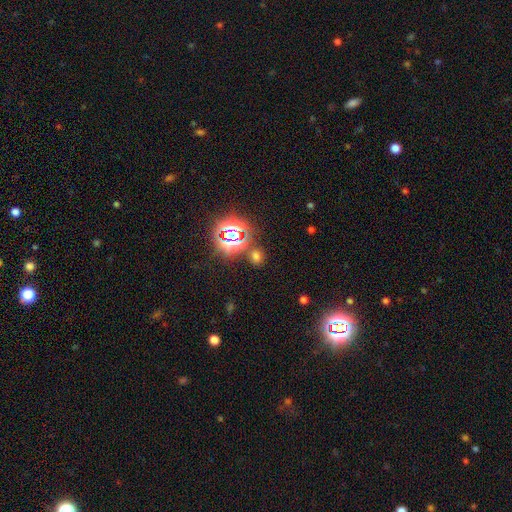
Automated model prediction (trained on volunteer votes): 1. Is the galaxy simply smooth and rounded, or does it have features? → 52% smooth, 42% star or artifact, 7% featured or disk.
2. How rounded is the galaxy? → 60% round, 38% in between, 2% cigar-shaped.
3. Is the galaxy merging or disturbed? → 80% none, 9% minor disturbance, 7% merger, 4% major disturbance.